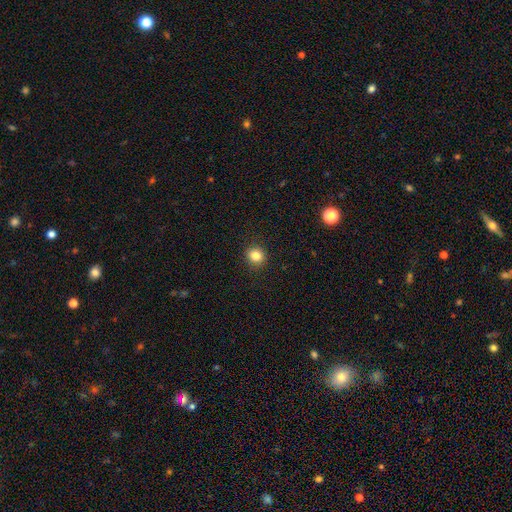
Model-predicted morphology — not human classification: type=smooth (83%); roundness=round (83%); merging=none (91%).